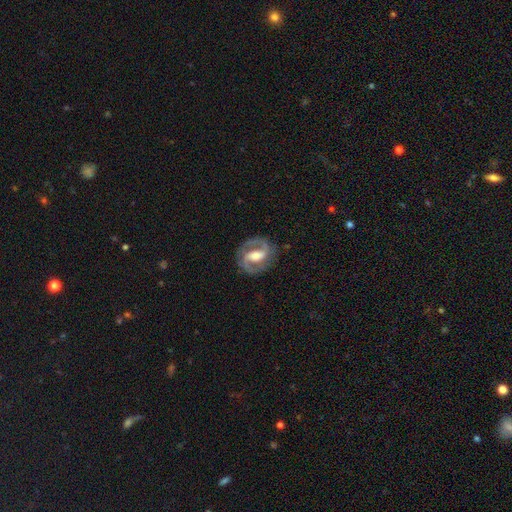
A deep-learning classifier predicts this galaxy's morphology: Smooth or featured: featured or disk — 86% (smooth — 9%)
Edge-on disk: no — 97% (yes — 3%)
Bar: strong — 45% (weak — 38%)
Spiral arms: yes — 93% (no — 7%)
Spiral winding: medium — 54% (tight — 33%)
Spiral arm count: 2 — 91% (can't tell — 3%)
Bulge size: moderate — 55% (large — 24%)
Merging: none — 82% (minor disturbance — 12%)